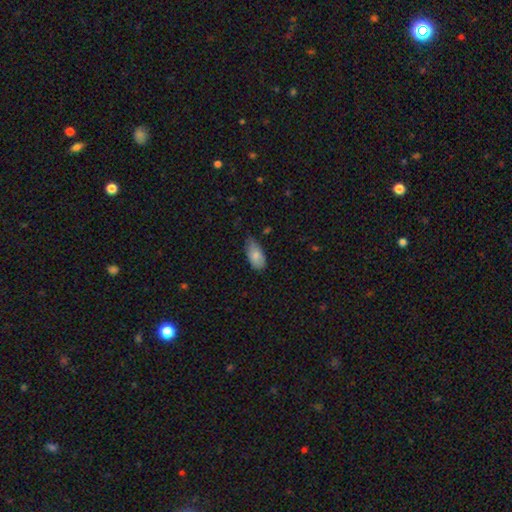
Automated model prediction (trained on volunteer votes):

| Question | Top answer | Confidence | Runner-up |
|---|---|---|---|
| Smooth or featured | smooth | 81% | featured or disk (12%) |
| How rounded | in between | 93% | cigar-shaped (4%) |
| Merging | none | 57% | minor disturbance (36%) |